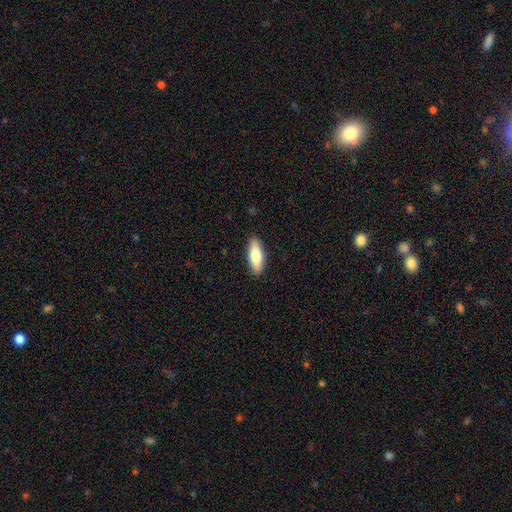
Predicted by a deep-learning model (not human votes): Smooth or featured?
  - smooth: 69% *
  - featured or disk: 25%
  - star or artifact: 6%
How rounded?
  - in between: 61% *
  - cigar-shaped: 36%
  - round: 2%
Merging?
  - none: 90% *
  - minor disturbance: 8%
  - major disturbance: 2%
  - merger: 1%